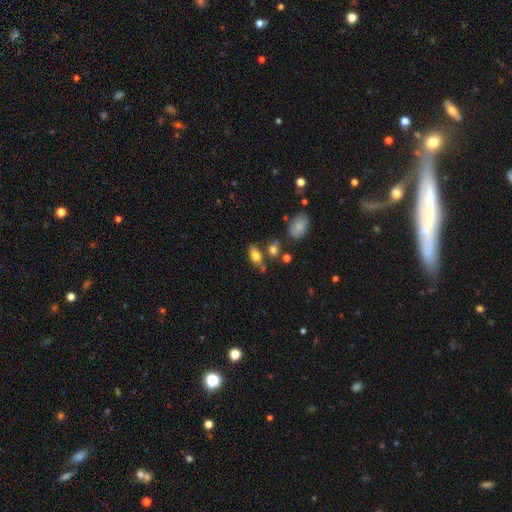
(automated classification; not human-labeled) Smooth or featured? Predicted: smooth (p=0.78). How rounded? Predicted: in between (p=0.86). Merging? Predicted: none (p=0.66).